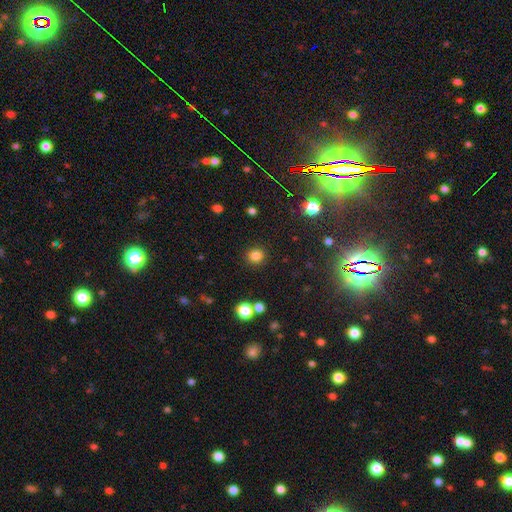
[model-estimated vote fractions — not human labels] Overall: smooth (83%). How rounded: round (86%). Merging: none (90%).